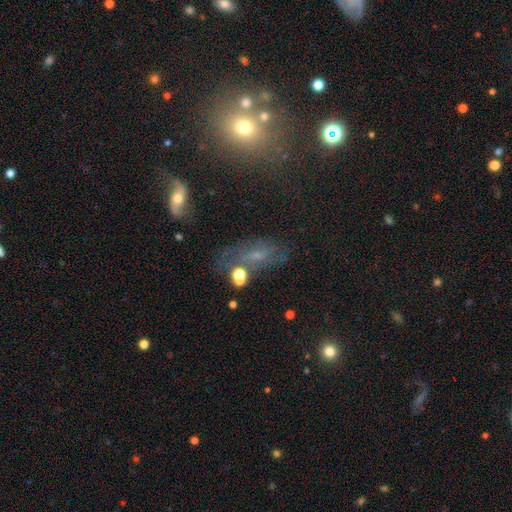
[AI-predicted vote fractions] Morphology: type=featured or disk (48%); merging=none (54%).